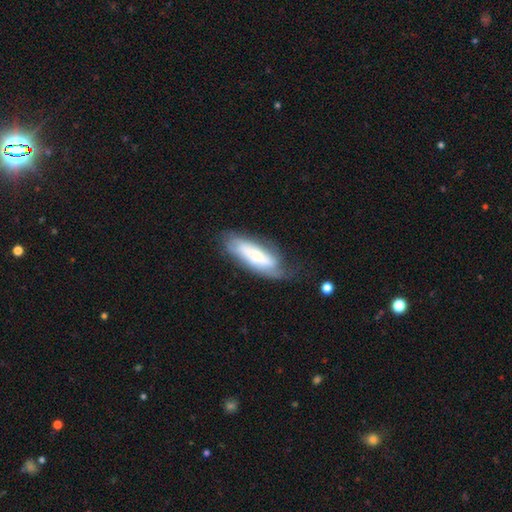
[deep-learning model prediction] Smooth or featured? Predicted: featured or disk (p=0.54). Edge-on disk? Predicted: no (p=0.79). Merging? Predicted: none (p=0.56).